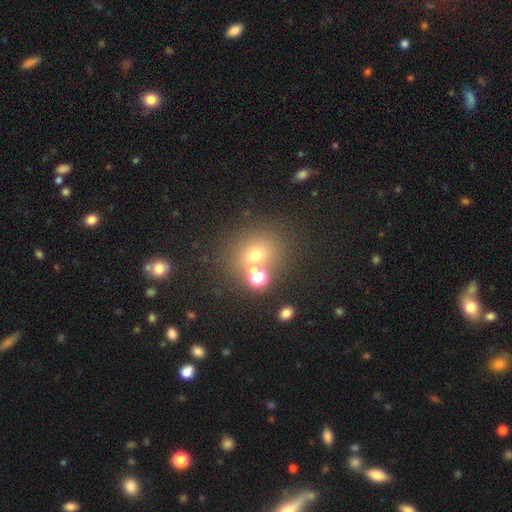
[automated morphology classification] Smooth or featured? Predicted: smooth (p=0.62). How rounded? Predicted: round (p=0.77). Merging? Predicted: none (p=0.60).